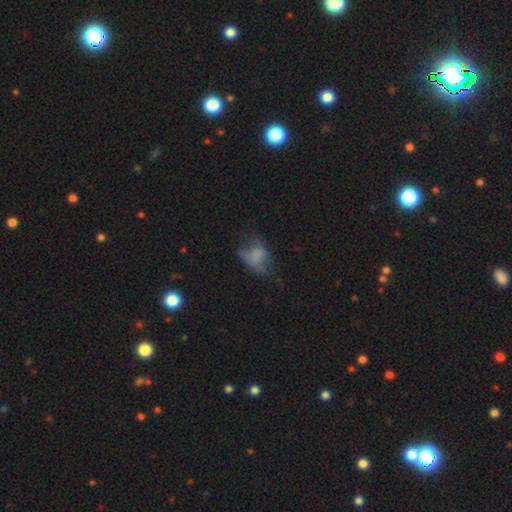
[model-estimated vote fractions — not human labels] smooth 52%, featured or disk 34%, star or artifact 15%. Down the decision tree: how rounded — in between (80%); merging — major disturbance (40%).